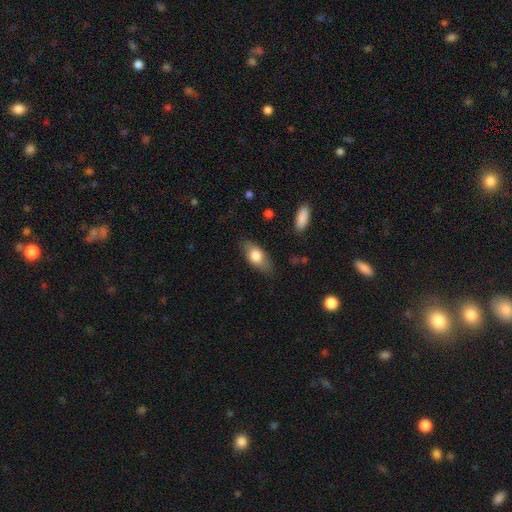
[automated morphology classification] Smooth or featured? Predicted: smooth (p=0.74). How rounded? Predicted: in between (p=0.86). Merging? Predicted: none (p=0.78).